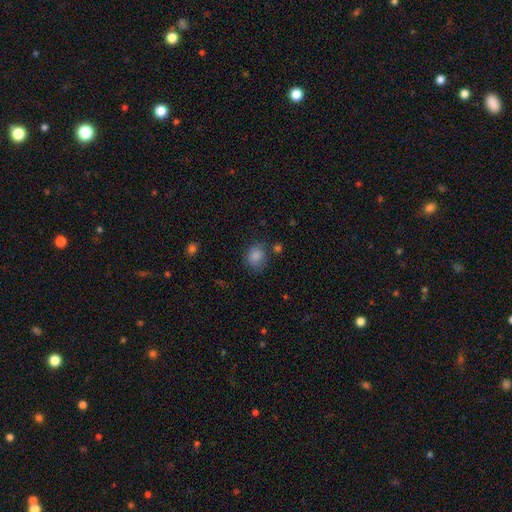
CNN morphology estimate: This appears to be a smooth galaxy with no disk features (85%) that is round (69%). Merging: none (70%).